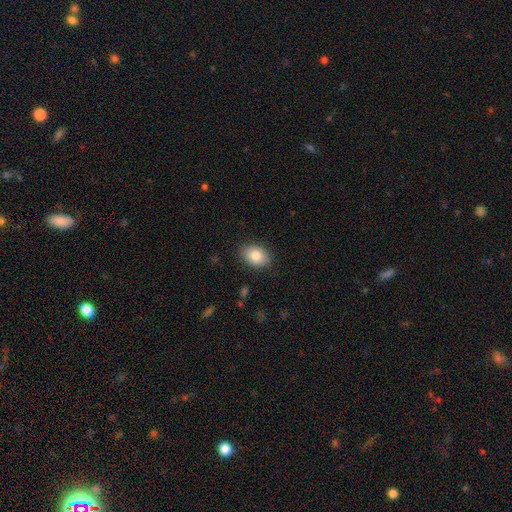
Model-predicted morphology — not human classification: Q: Smooth or featured?
A: smooth (84%); runner-up: featured or disk (8%)
Q: How rounded?
A: in between (78%); runner-up: round (21%)
Q: Merging?
A: none (86%); runner-up: minor disturbance (11%)